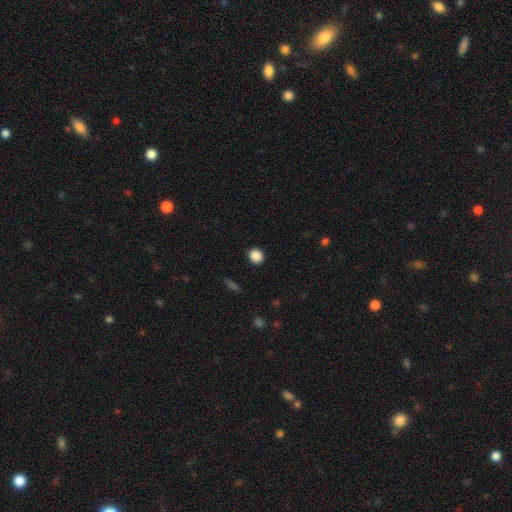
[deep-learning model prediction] Smooth or featured? Predicted: smooth (p=0.87). How rounded? Predicted: round (p=0.80). Merging? Predicted: none (p=0.90).